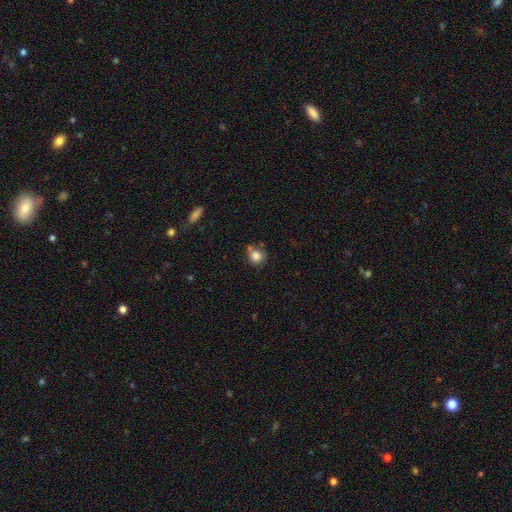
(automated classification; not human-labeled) smooth 82%, star or artifact 10%, featured or disk 8%. Down the decision tree: how rounded — round (81%); merging — none (60%).